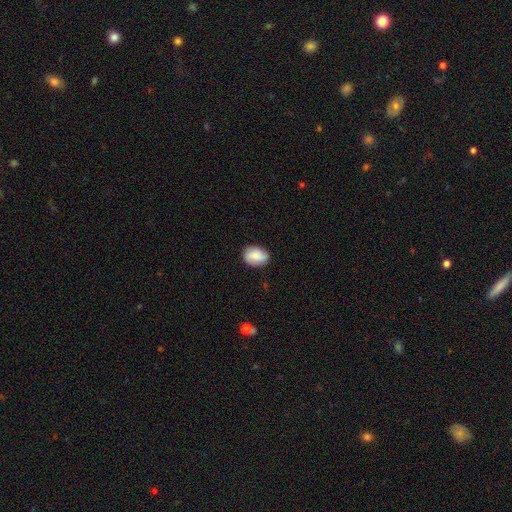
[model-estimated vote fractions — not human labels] Smooth or featured? smooth (72%)
How rounded? in between (71%)
Merging? none (79%)